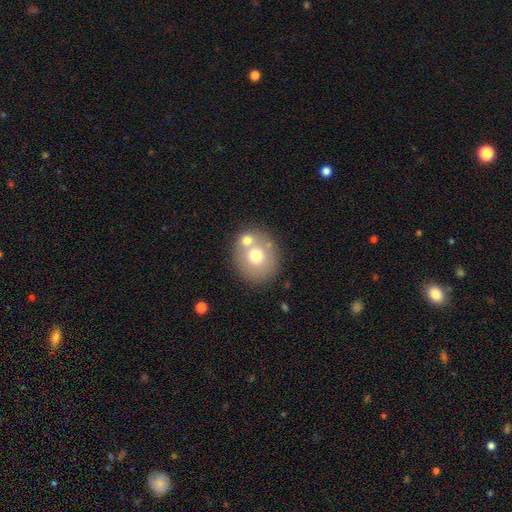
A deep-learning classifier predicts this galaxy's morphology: Smooth or featured?
  - smooth: 67% *
  - featured or disk: 23%
  - star or artifact: 10%
How rounded?
  - round: 74% *
  - in between: 25%
  - cigar-shaped: 1%
Merging?
  - none: 57% *
  - merger: 29%
  - minor disturbance: 10%
  - major disturbance: 4%